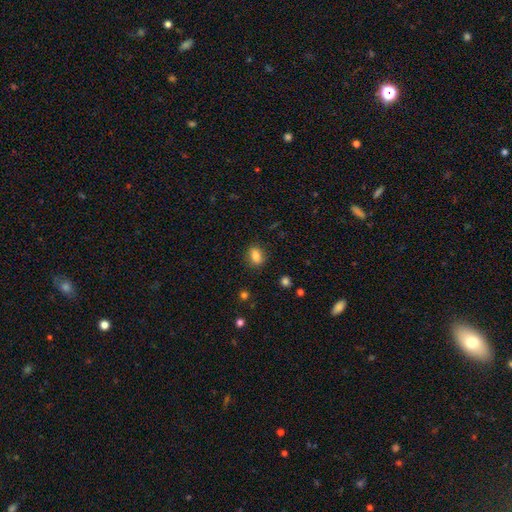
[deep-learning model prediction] The model was most divided on "how rounded": in between: 74%, round: 24%, cigar-shaped: 2%. More confident: merging — none (84%); smooth or featured — smooth (84%).